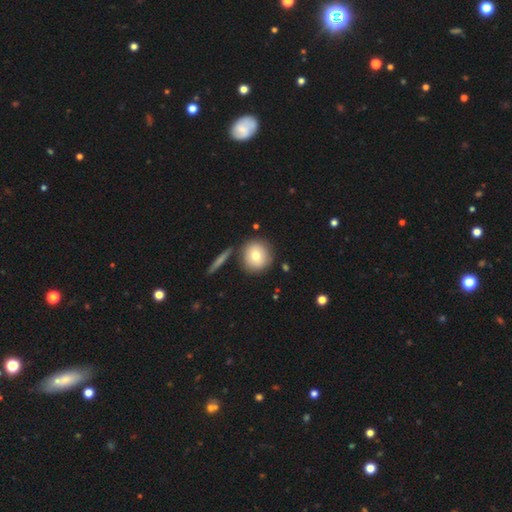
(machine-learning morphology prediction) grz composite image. It shows a smooth galaxy with no disk features (77%) that is round (90%). Merging: none (80%).